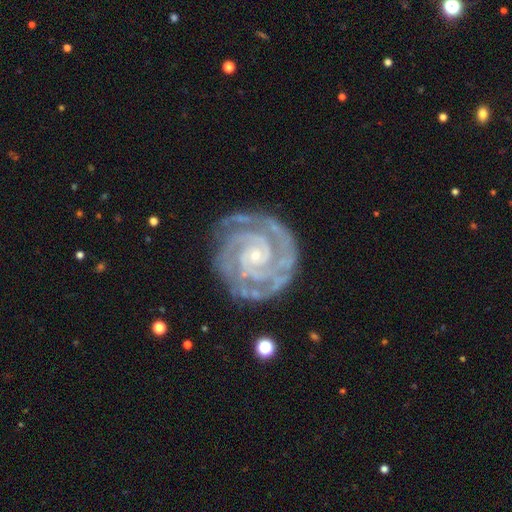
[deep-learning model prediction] Overall: featured or disk (92%). Edge-on disk: no (98%). Bar: no (72%). Spiral arms: yes (99%). Spiral arm count: 2 (50%; 3 24%). Spiral winding: tight (82%). Bulge size: small (83%). Merging: none (78%).